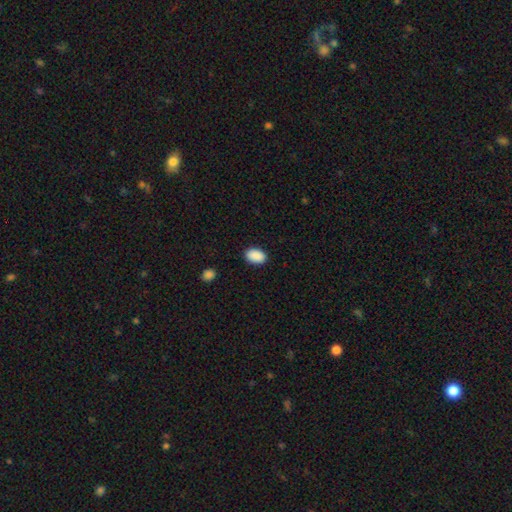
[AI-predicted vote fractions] This appears to be a smooth galaxy with no disk features (91%) that is in between round and cigar-shaped (87%). Merging: none (89%).